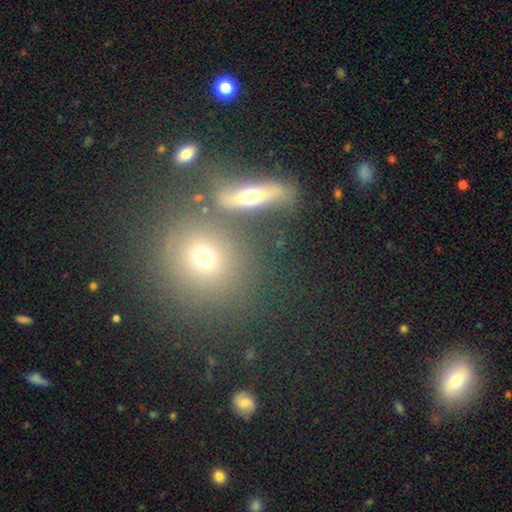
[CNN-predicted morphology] Q: Smooth or featured?
A: smooth (54%); runner-up: featured or disk (23%)
Q: How rounded?
A: round (69%); runner-up: in between (22%)
Q: Merging?
A: none (71%); runner-up: merger (15%)